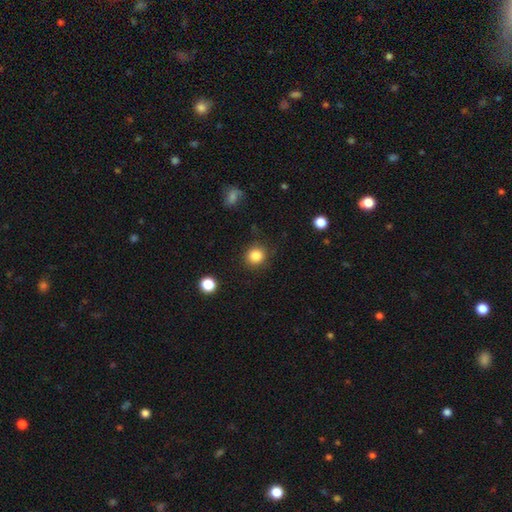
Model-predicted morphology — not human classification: type=smooth (85%); roundness=round (89%); merging=none (87%).